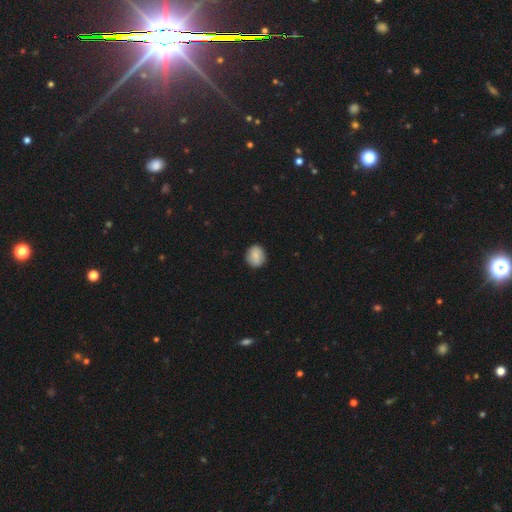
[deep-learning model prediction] smooth-or-featured: smooth: 80% | featured or disk: 12% | star or artifact: 8%
  how-rounded: round: 76% | in between: 23% | cigar-shaped: 1%
  merging: none: 88% | minor disturbance: 9% | major disturbance: 2% | merger: 1%